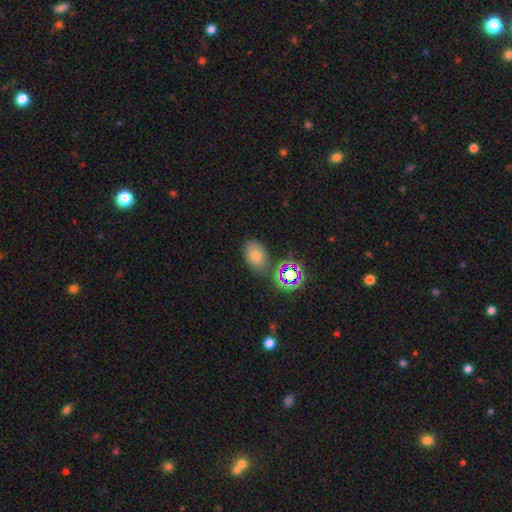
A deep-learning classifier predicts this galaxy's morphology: type=smooth (59%); roundness=in between (75%); merging=none (75%).